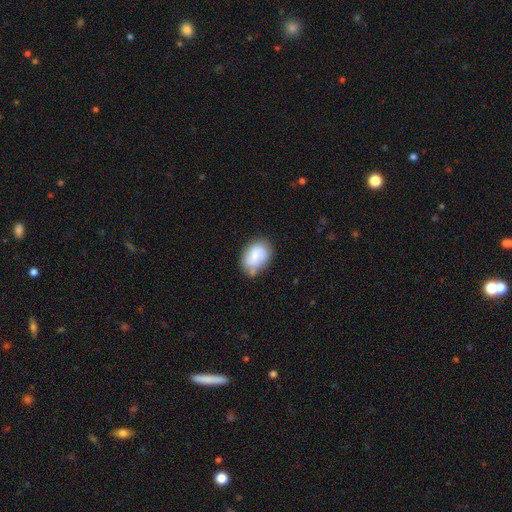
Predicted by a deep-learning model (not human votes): Overall: smooth (68%). How rounded: in between (77%). Merging: none (55%; minor disturbance 29%).